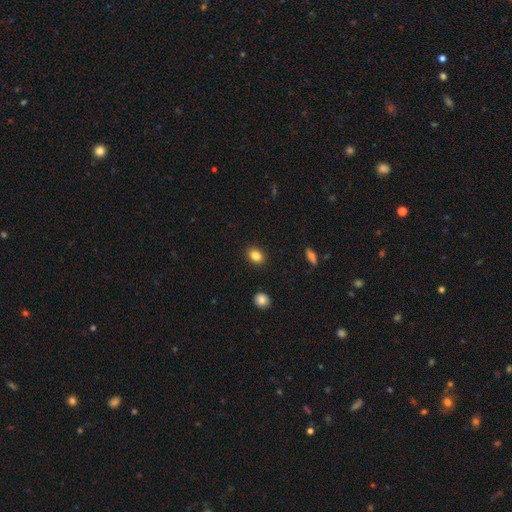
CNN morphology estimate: The model was most divided on "how rounded": in between: 62%, round: 37%, cigar-shaped: 1%. More confident: merging — none (90%); smooth or featured — smooth (85%).